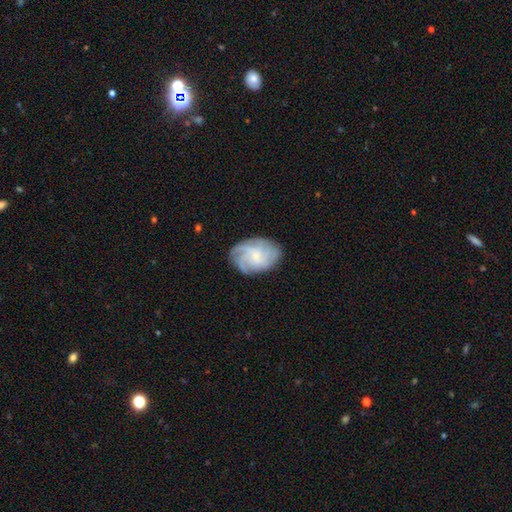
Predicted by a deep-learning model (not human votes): Smooth or featured? featured or disk (73%)
Edge-on disk? no (97%)
Bar? no (70%)
Spiral arms? yes (96%)
Spiral winding? tight (49%)
Spiral arm count? 4 (38%)
Bulge size? small (66%)
Merging? none (76%)